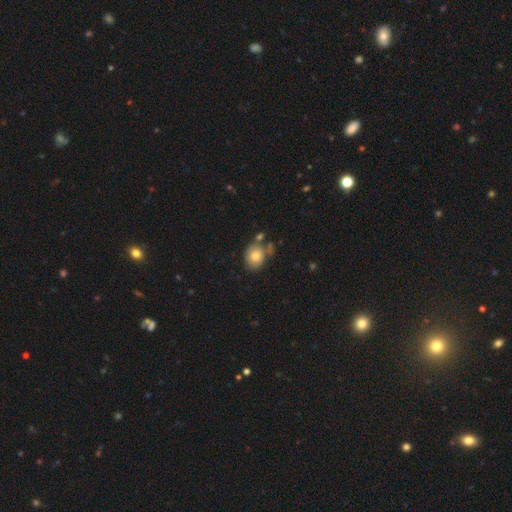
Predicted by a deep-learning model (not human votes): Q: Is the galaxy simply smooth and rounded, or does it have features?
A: smooth — 77%.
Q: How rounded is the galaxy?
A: round — 54%.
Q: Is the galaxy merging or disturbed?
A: none — 56%.